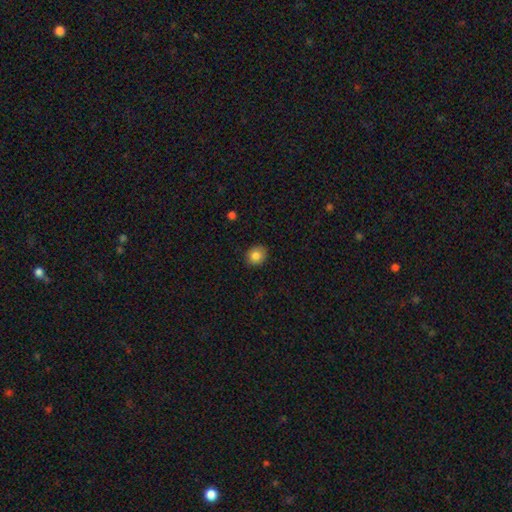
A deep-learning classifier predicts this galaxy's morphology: Overall: smooth (83%). How rounded: round (69%; in between 30%). Merging: none (88%).